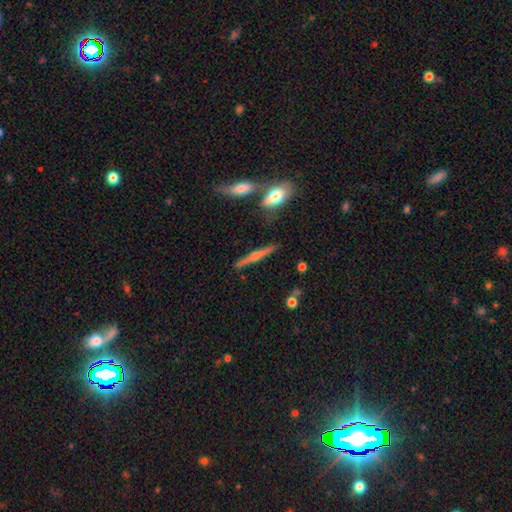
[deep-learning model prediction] smooth_or_featured: featured or disk (p=0.64) [alt: smooth p=0.29]
disk_edge_on: yes (p=0.96) [alt: no p=0.04]
edge_on_bulge: rounded (p=0.75) [alt: boxy p=0.13]
merging: none (p=0.85) [alt: minor disturbance p=0.09]